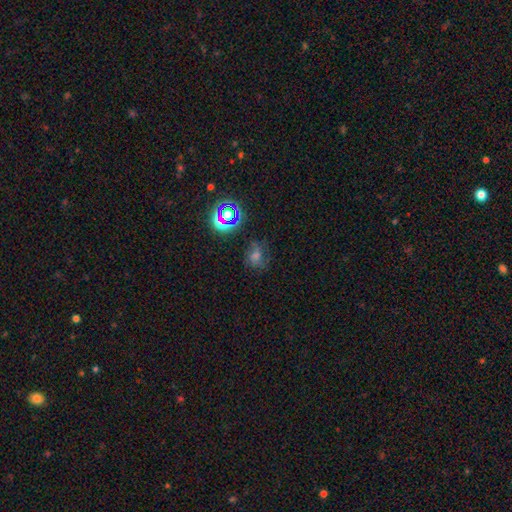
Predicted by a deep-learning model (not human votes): Morphology: type=smooth (41%); merging=none (62%).